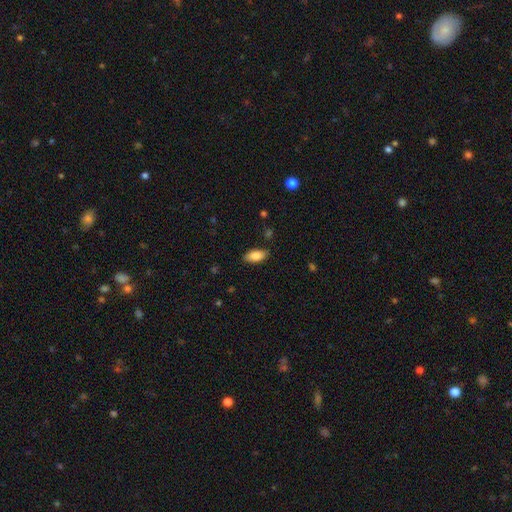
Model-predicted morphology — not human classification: smooth_or_featured: smooth (p=0.85) [alt: featured or disk p=0.09]
how_rounded: in between (p=0.91) [alt: cigar-shaped p=0.07]
merging: none (p=0.85) [alt: minor disturbance p=0.11]